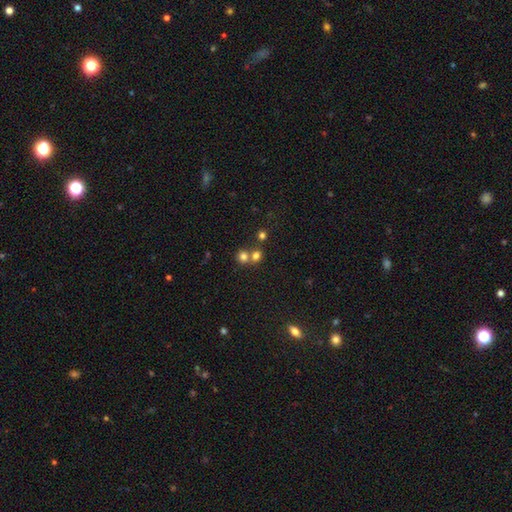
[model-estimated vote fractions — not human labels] Smooth or featured?
  - smooth: 74% *
  - star or artifact: 16%
  - featured or disk: 9%
How rounded?
  - round: 82% *
  - in between: 17%
  - cigar-shaped: 1%
Merging?
  - none: 47% *
  - merger: 44%
  - minor disturbance: 6%
  - major disturbance: 3%